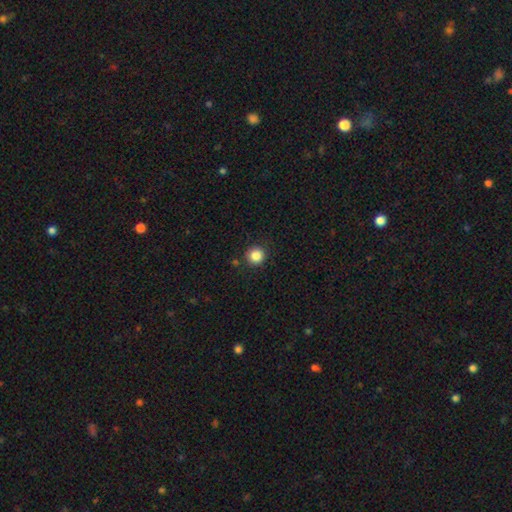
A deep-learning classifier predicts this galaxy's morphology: Overall: smooth (86%). How rounded: round (94%). Merging: none (89%).